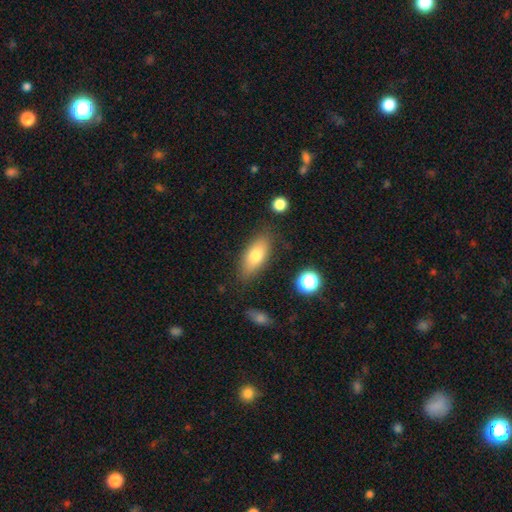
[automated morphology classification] smooth-or-featured: smooth: 73% | featured or disk: 19% | star or artifact: 8%
  how-rounded: in between: 80% | cigar-shaped: 15% | round: 4%
  merging: none: 80% | minor disturbance: 14% | major disturbance: 4% | merger: 3%